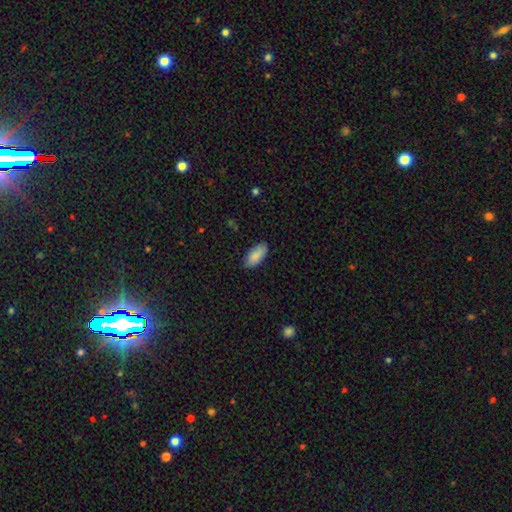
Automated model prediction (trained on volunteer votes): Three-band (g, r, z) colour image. It shows a smooth galaxy with no disk features (85%) that is in between round and cigar-shaped (91%). Merging: none (81%).